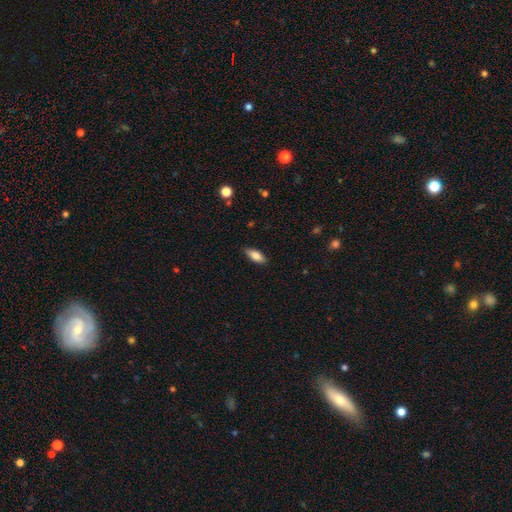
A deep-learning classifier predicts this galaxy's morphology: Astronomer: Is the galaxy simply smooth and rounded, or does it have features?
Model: smooth — 80%.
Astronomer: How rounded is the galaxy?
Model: in between — 78%.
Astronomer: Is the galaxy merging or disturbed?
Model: none — 85%.